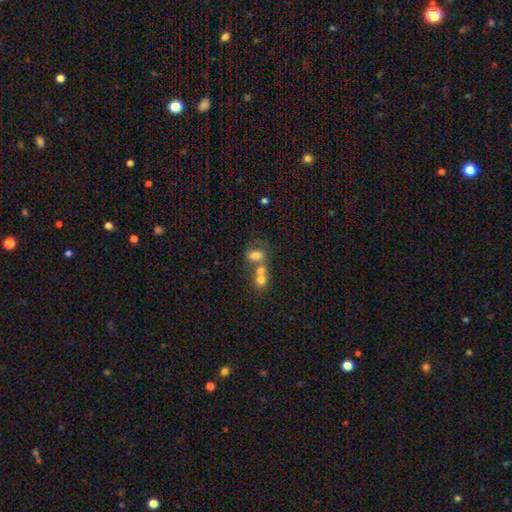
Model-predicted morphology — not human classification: type=smooth (63%); roundness=in between (70%); merging=merger (57%).